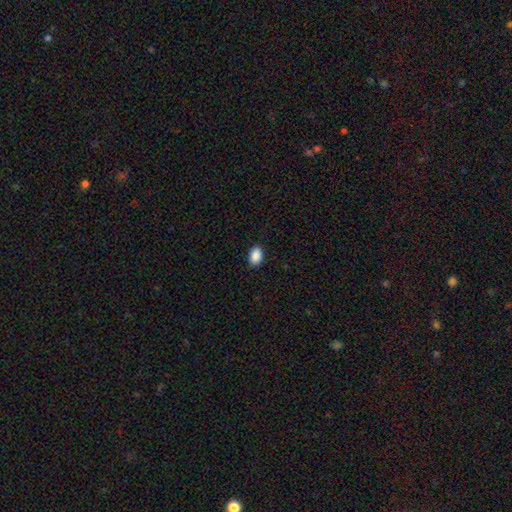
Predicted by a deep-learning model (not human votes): This is clearly a smooth galaxy (89%). How rounded: clearly in between (86%). Merging: clearly none (89%).